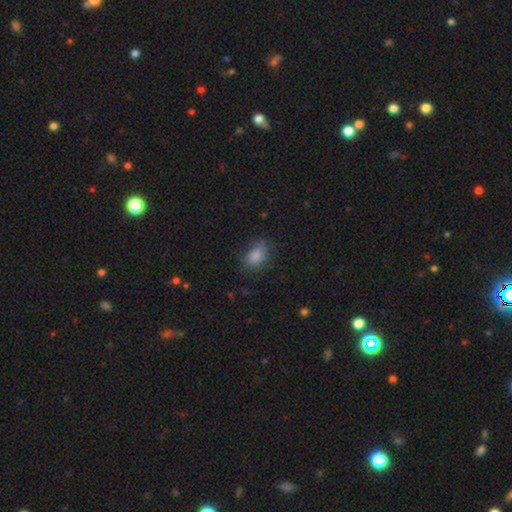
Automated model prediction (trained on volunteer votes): smooth_or_featured: smooth (p=0.82) [alt: star or artifact p=0.11]
how_rounded: in between (p=0.82) [alt: round p=0.15]
merging: none (p=0.72) [alt: minor disturbance p=0.21]